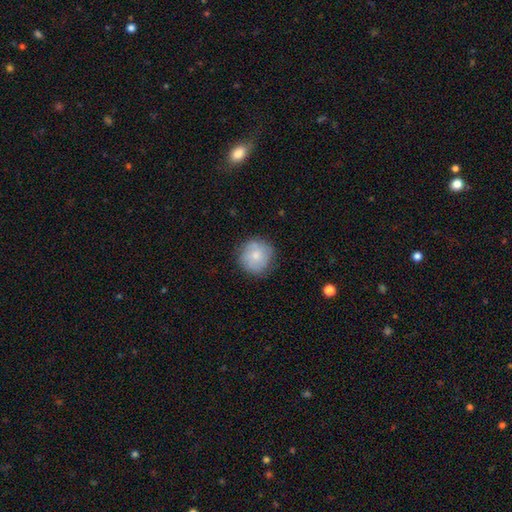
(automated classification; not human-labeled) Morphology: type=smooth (69%); roundness=round (93%); merging=none (81%).